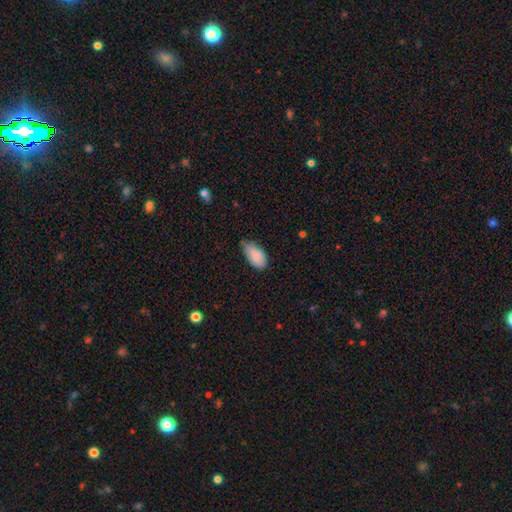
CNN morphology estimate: This appears to be a smooth galaxy with no disk features (87%) that is in between round and cigar-shaped (94%). Merging: none (48%).